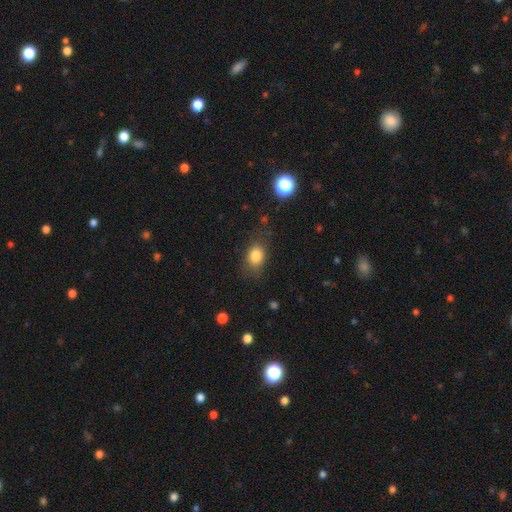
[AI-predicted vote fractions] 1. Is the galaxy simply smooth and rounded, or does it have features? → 82% smooth, 10% star or artifact, 8% featured or disk.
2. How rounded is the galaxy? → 73% in between, 25% round, 2% cigar-shaped.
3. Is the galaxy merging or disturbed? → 73% none, 18% minor disturbance, 7% major disturbance, 2% merger.